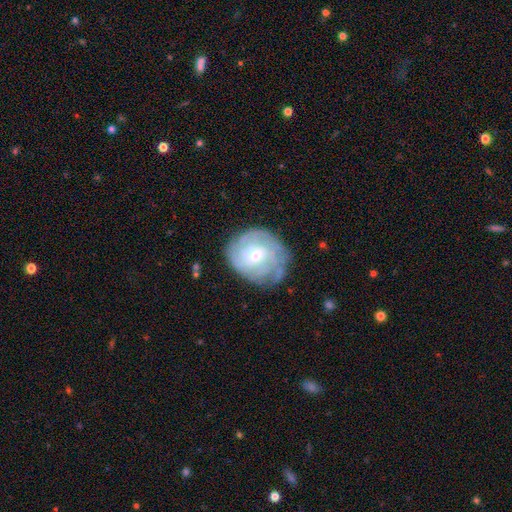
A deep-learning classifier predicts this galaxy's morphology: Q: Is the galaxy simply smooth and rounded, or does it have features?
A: featured or disk — 77%.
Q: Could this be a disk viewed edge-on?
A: no — 97%.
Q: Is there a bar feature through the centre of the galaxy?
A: no — 58%.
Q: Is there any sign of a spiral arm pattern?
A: yes — 91%.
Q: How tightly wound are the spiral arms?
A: tight — 70%.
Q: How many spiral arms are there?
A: can't tell — 45%.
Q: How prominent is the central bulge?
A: small — 67%.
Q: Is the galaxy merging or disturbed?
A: none — 73%.